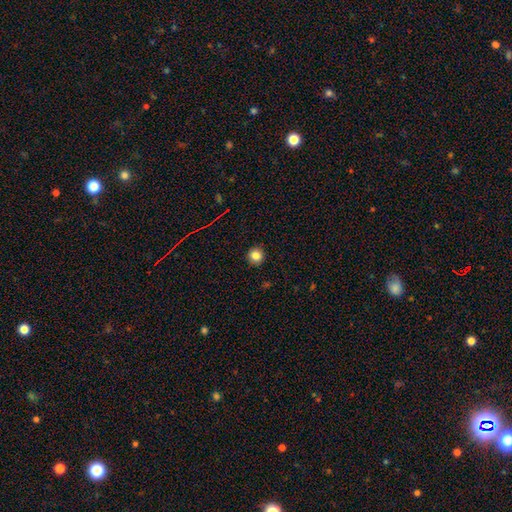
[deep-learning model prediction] This appears to be a smooth galaxy with no disk features (82%) that is round (94%). Merging: none (92%).